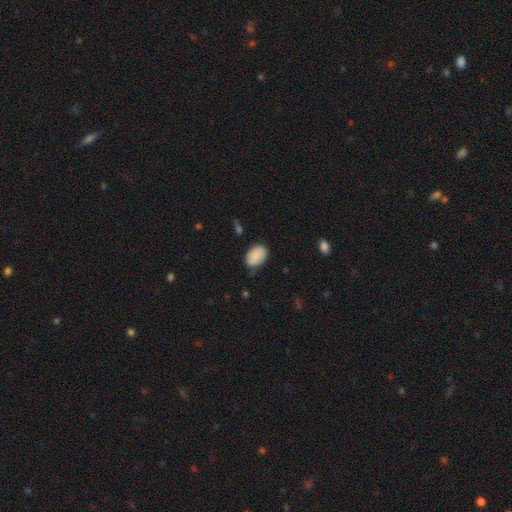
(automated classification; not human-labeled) smooth_or_featured: smooth (p=0.87) [alt: star or artifact p=0.08]
how_rounded: in between (p=0.81) [alt: round p=0.18]
merging: none (p=0.63) [alt: minor disturbance p=0.29]